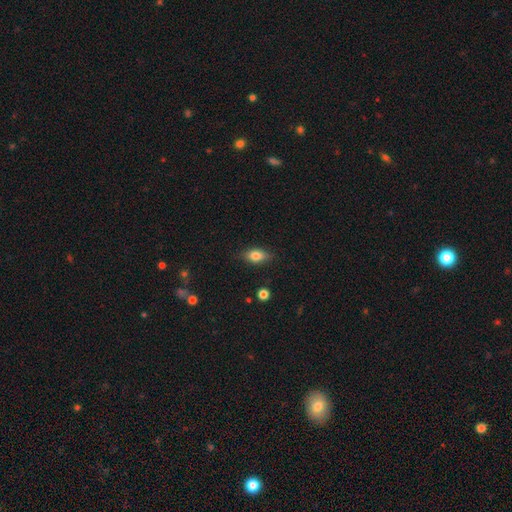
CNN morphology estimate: This appears to be a smooth galaxy with no disk features (77%) that is in between round and cigar-shaped (82%). Merging: none (82%).